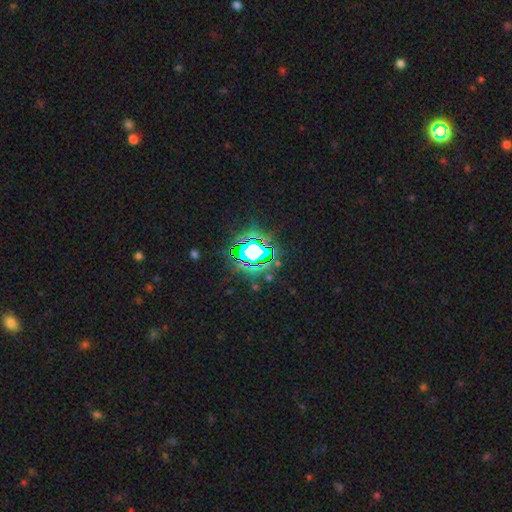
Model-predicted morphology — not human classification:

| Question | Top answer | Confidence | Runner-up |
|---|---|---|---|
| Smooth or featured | star or artifact | 74% | smooth (15%) |